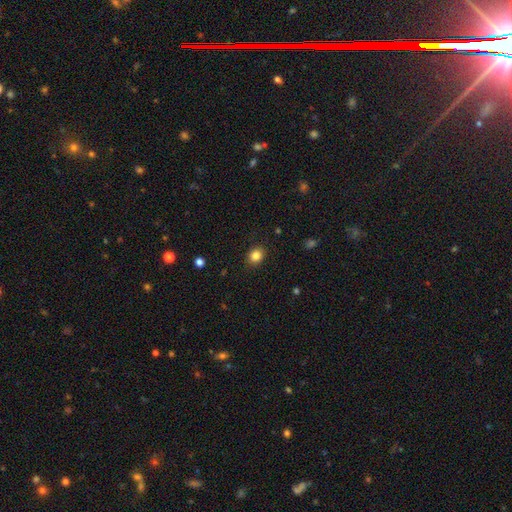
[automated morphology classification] Q: Smooth or featured?
A: smooth (85%); runner-up: star or artifact (10%)
Q: How rounded?
A: round (56%); runner-up: in between (43%)
Q: Merging?
A: none (88%); runner-up: minor disturbance (8%)